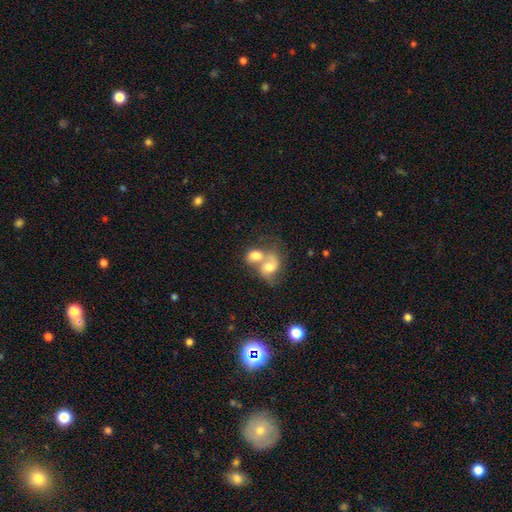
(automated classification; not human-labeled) Overall: smooth (48%; featured or disk 44%). Merging: merger (71%).